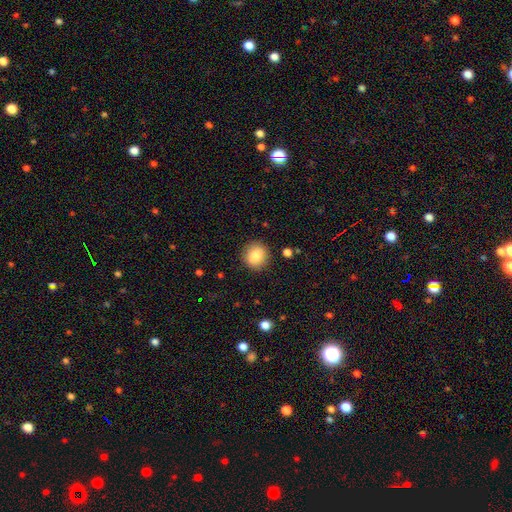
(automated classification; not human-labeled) smooth 84%, star or artifact 9%, featured or disk 7%. Down the decision tree: how rounded — round (86%); merging — none (89%).